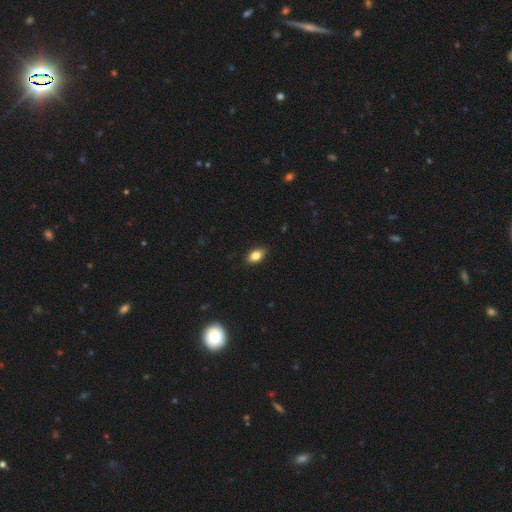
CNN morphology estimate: type=smooth (83%); roundness=in between (88%); merging=none (87%).